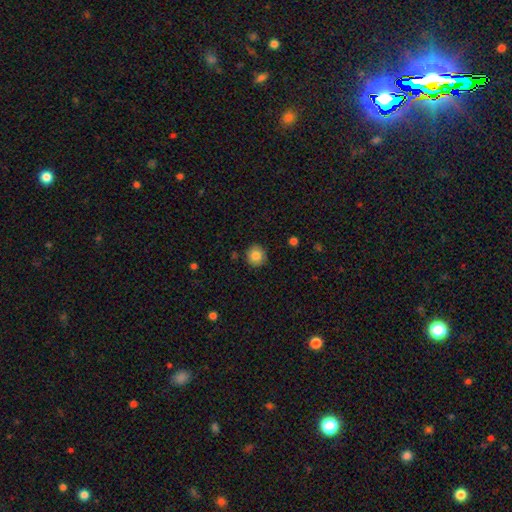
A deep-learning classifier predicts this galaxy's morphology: Smooth or featured: smooth — 82% (star or artifact — 9%)
How rounded: round — 91% (in between — 8%)
Merging: none — 88% (minor disturbance — 8%)